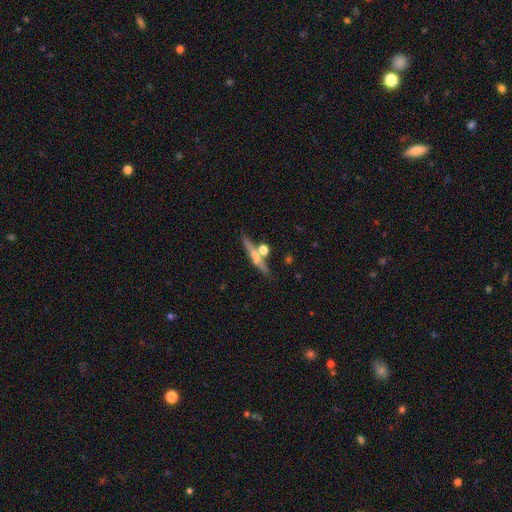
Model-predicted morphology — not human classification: This is possibly a featured or disk galaxy (55%). It is clearly viewed edge-on (92%). Edge-on bulge: likely rounded (69%). Merging: likely none (70%).